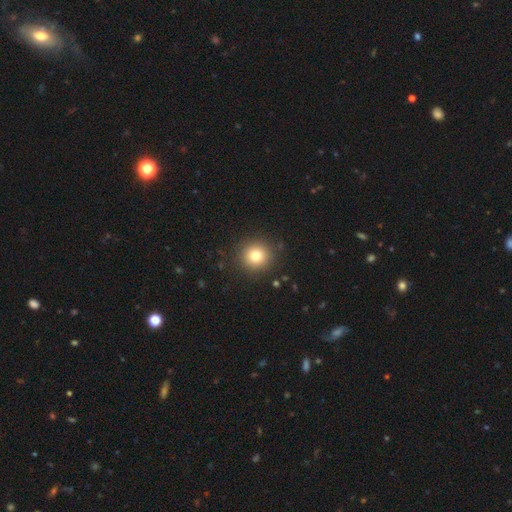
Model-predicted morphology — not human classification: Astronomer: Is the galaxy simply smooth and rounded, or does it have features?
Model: smooth — 78%.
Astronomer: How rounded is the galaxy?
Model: round — 94%.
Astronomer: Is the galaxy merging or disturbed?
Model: none — 90%.